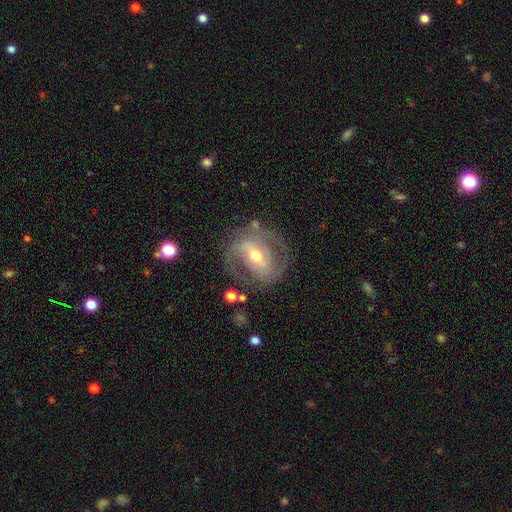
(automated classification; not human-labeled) This appears to be a featured or disk galaxy (81%) with a strong bar (45%), 2 (73%) medium (45%) spiral arms (85%) and a moderate central bulge (65%). Merging: none (67%).